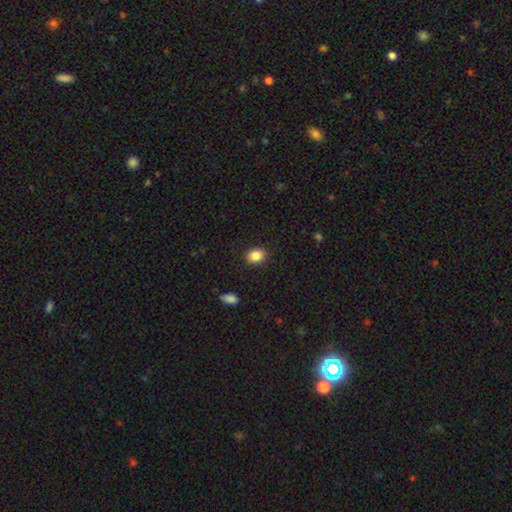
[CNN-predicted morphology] This appears to be a smooth galaxy with no disk features (86%) that is in between round and cigar-shaped (52%). Merging: none (89%).